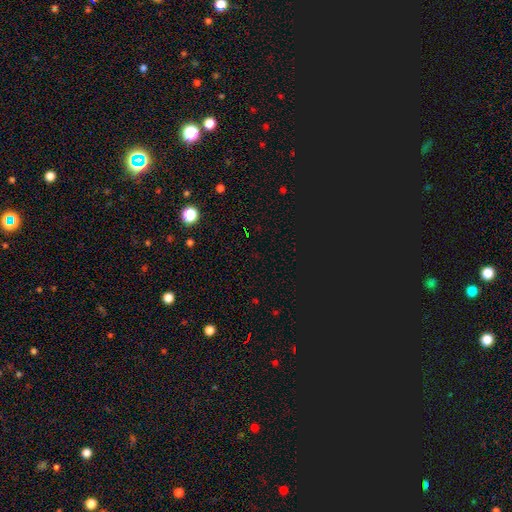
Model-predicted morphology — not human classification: Q: Smooth or featured?
A: star or artifact (71%); runner-up: smooth (22%)